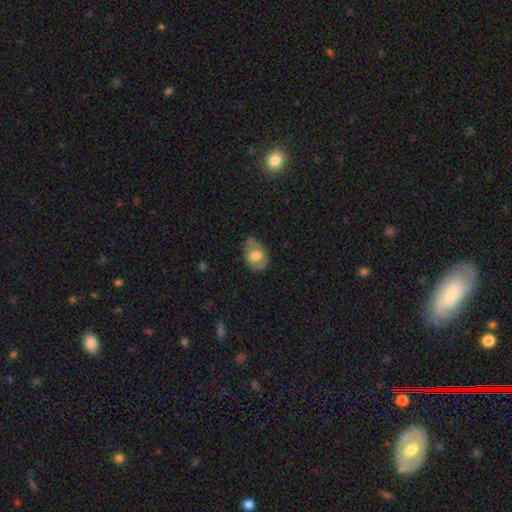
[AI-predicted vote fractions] This appears to be a smooth galaxy with no disk features (64%) that is in between round and cigar-shaped (73%). Merging: none (51%).